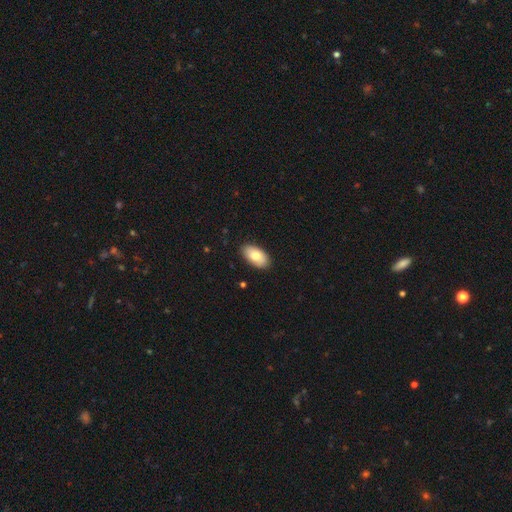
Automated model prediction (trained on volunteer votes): Overall: smooth (80%). How rounded: in between (95%). Merging: none (87%).